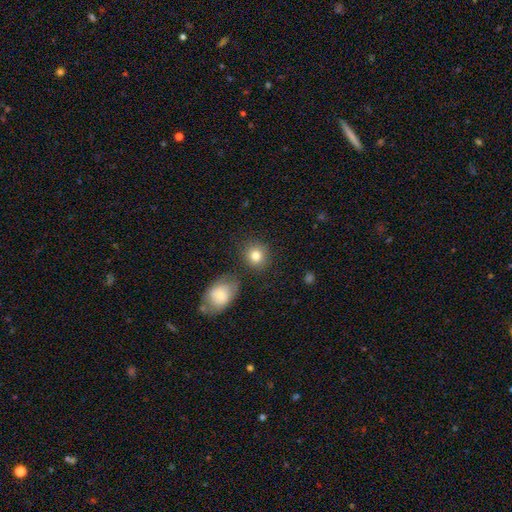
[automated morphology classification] Q: Smooth or featured?
A: smooth (82%); runner-up: star or artifact (10%)
Q: How rounded?
A: round (79%); runner-up: in between (20%)
Q: Merging?
A: none (80%); runner-up: minor disturbance (10%)